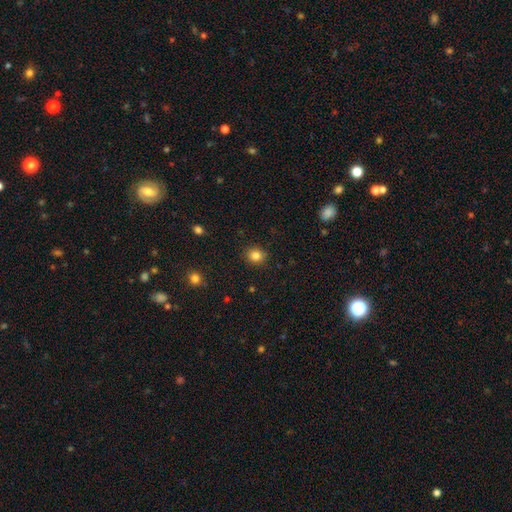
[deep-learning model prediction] smooth-or-featured: smooth: 83% | star or artifact: 12% | featured or disk: 5%
  how-rounded: round: 80% | in between: 19% | cigar-shaped: 1%
  merging: none: 89% | minor disturbance: 8% | major disturbance: 2% | merger: 1%